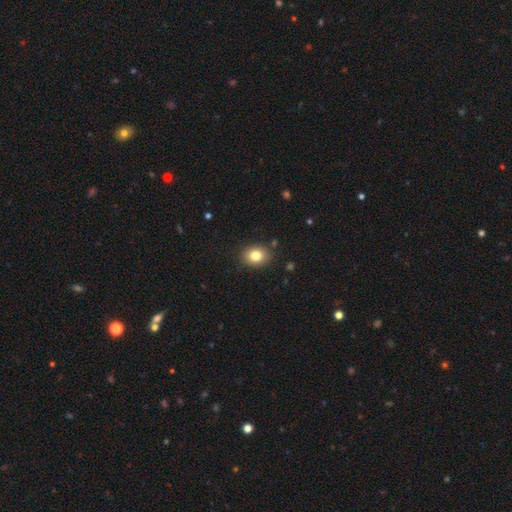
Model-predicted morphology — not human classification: Smooth or featured? smooth (81%)
How rounded? round (52%)
Merging? none (87%)